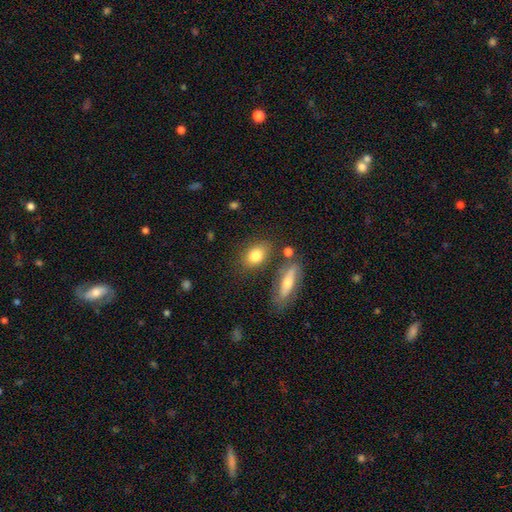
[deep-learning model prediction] smooth 79%, featured or disk 12%, star or artifact 8%. Down the decision tree: how rounded — in between (74%); merging — none (71%).